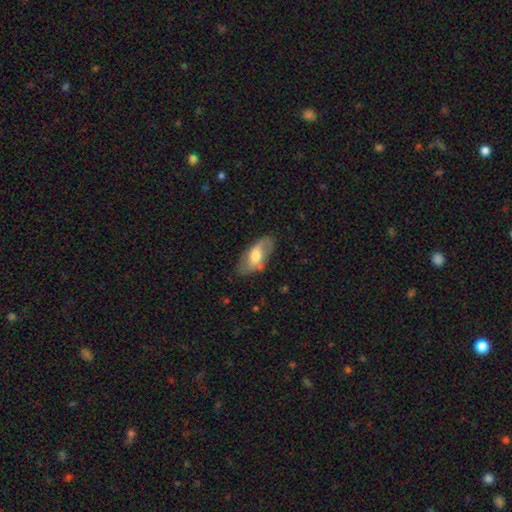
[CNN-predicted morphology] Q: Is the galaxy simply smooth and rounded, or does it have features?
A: featured or disk — 53%.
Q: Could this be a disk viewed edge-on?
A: no — 88%.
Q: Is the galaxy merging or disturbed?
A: none — 69%.